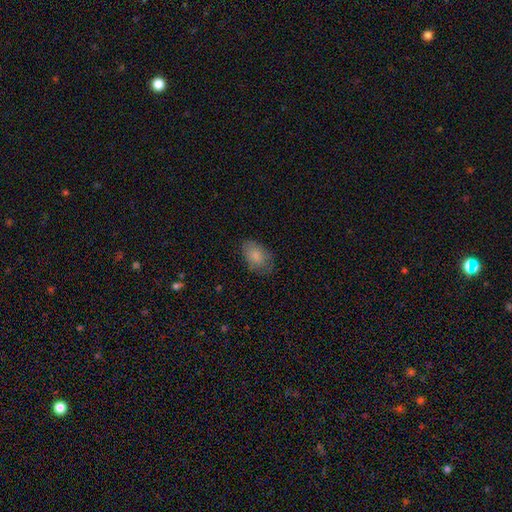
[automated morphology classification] This is clearly a smooth galaxy (83%). How rounded: clearly in between (88%). Merging: likely none (69%).